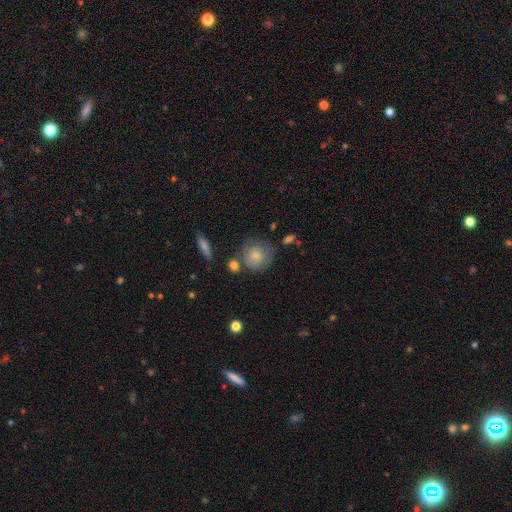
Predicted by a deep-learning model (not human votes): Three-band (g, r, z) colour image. It shows a smooth galaxy with no disk features (79%) that is round (86%). Merging: none (62%).